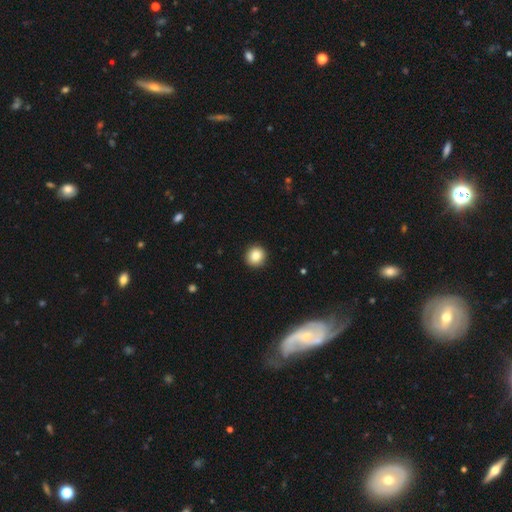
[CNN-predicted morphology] A smooth galaxy with no disk features (85%) that is round (93%).

Vote fractions:
- Smooth or featured? smooth: 85% / star or artifact: 9% / featured or disk: 5%
- How rounded? round: 93% / in between: 6% / cigar-shaped: 1%
- Merging? none: 92% / minor disturbance: 6% / major disturbance: 2% / merger: 1%